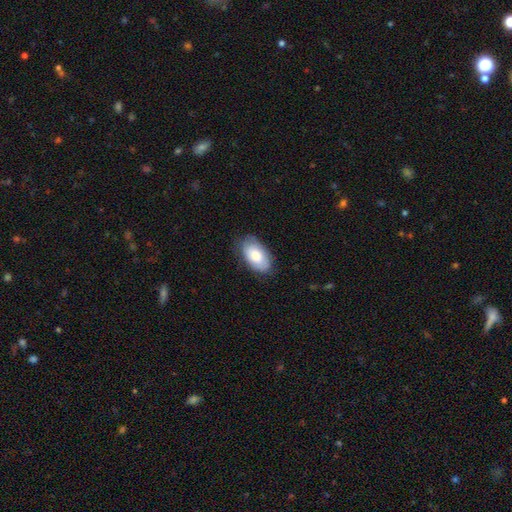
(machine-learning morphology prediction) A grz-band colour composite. It shows a smooth galaxy with no disk features (76%) that is in between round and cigar-shaped (94%). Merging: none (77%).